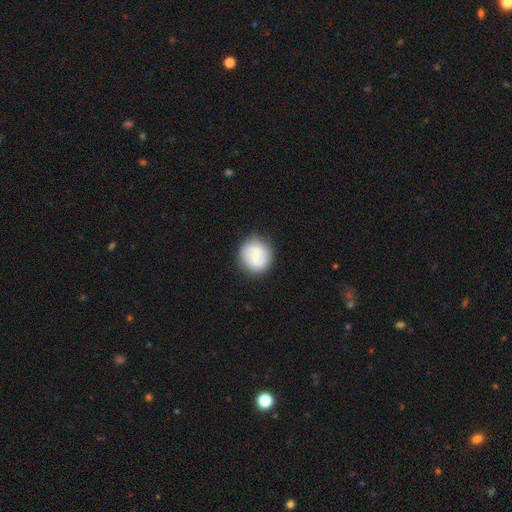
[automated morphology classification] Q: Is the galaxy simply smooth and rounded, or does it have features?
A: smooth — 57%.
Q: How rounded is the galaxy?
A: round — 88%.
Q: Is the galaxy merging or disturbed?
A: none — 82%.